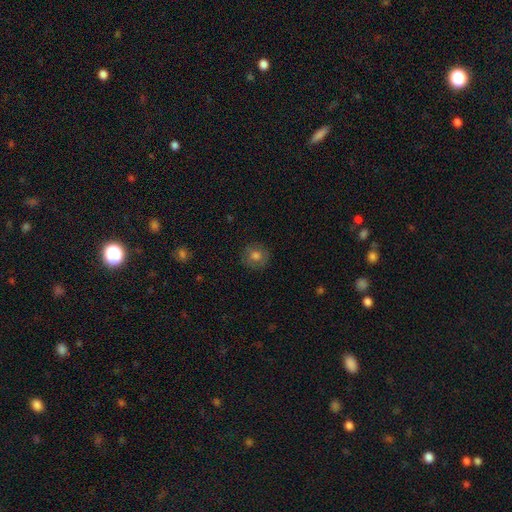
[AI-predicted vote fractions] This appears to be a smooth galaxy with no disk features (75%) that is round (90%). Merging: none (87%).